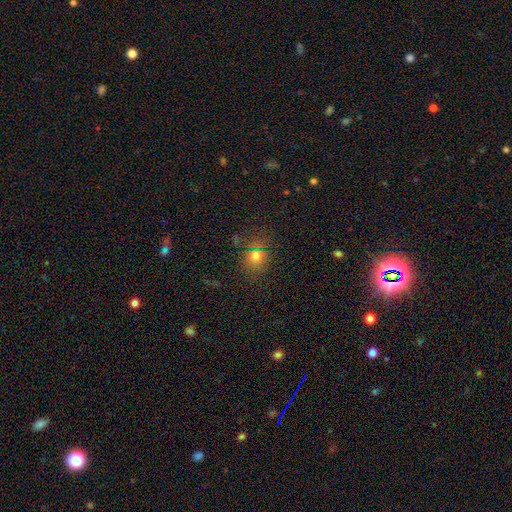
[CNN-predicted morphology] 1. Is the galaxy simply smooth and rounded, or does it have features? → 69% smooth, 23% star or artifact, 8% featured or disk.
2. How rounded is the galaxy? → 73% round, 25% in between, 1% cigar-shaped.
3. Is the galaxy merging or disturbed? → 80% none, 12% minor disturbance, 5% major disturbance, 3% merger.